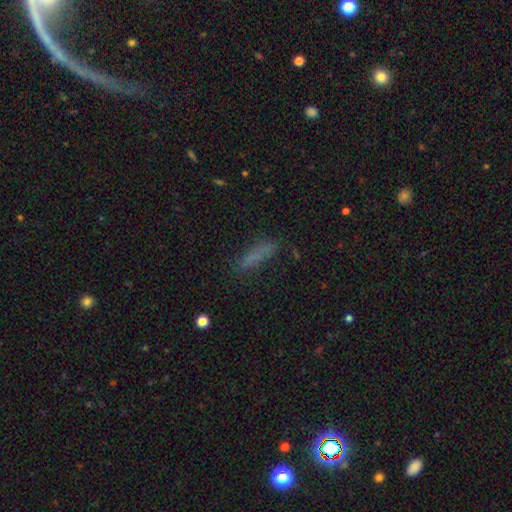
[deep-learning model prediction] Smooth or featured? Predicted: smooth (p=0.74). How rounded? Predicted: cigar-shaped (p=0.80). Merging? Predicted: none (p=0.76).